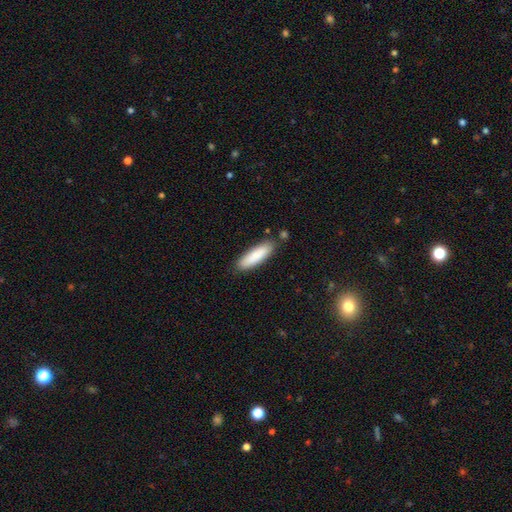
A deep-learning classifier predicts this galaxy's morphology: smooth-or-featured: smooth: 87% | featured or disk: 8% | star or artifact: 5%
  how-rounded: cigar-shaped: 61% | in between: 38% | round: 1%
  merging: none: 83% | minor disturbance: 12% | merger: 3% | major disturbance: 2%